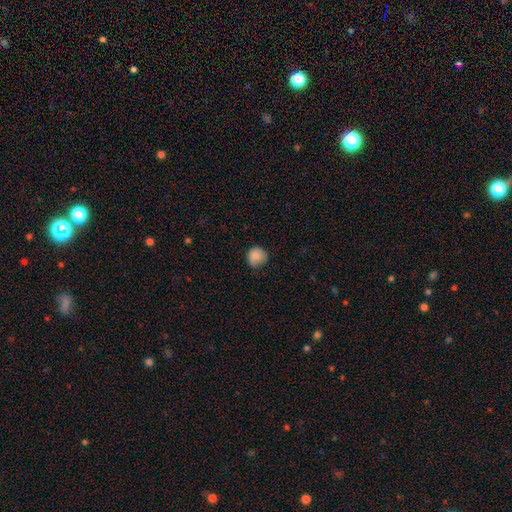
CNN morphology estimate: smooth-or-featured: smooth: 85% | star or artifact: 9% | featured or disk: 6%
  how-rounded: round: 88% | in between: 11% | cigar-shaped: 1%
  merging: none: 65% | minor disturbance: 27% | major disturbance: 6% | merger: 1%